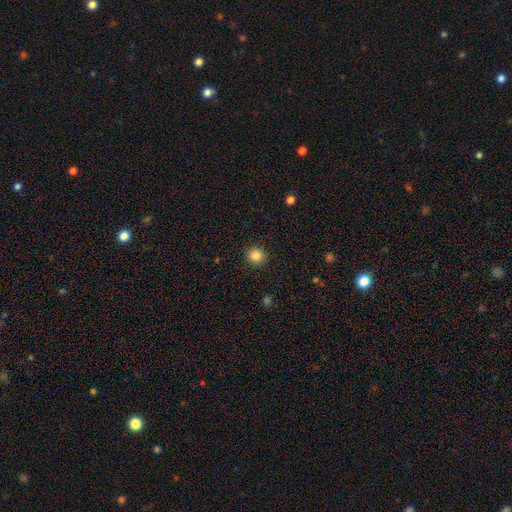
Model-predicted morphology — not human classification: Overall: smooth (85%). How rounded: round (92%). Merging: none (91%).